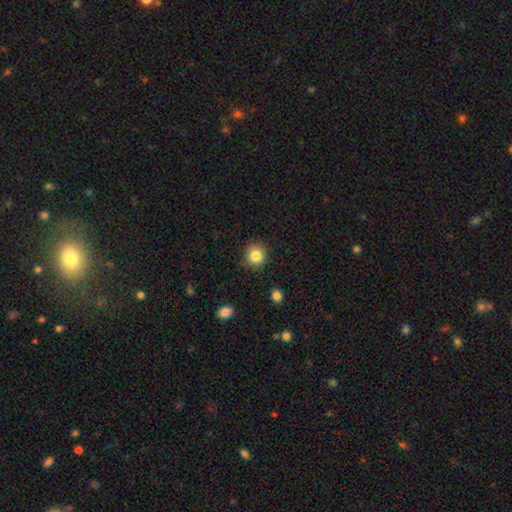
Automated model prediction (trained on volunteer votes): Overall: smooth (84%). How rounded: round (91%). Merging: none (90%).